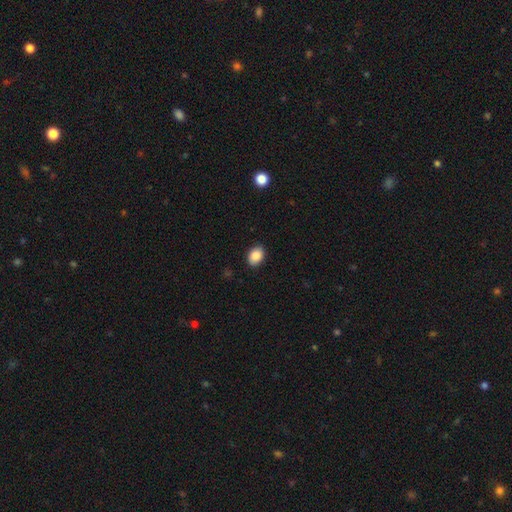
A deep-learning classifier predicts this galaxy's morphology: This appears to be a smooth galaxy with no disk features (88%) that is in between round and cigar-shaped (79%). Merging: none (88%).